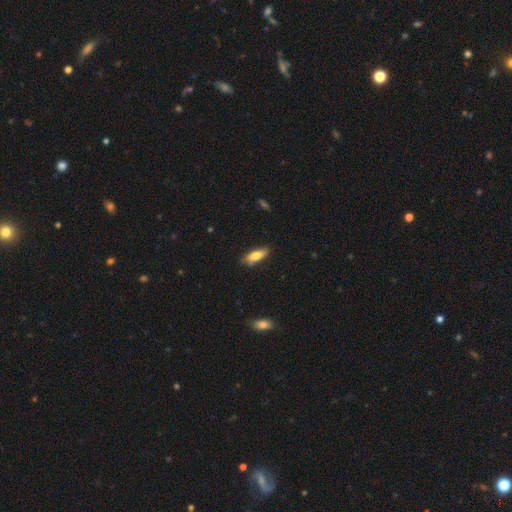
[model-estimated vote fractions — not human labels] A smooth galaxy with no disk features (73%) that is in between round and cigar-shaped (63%).

Vote fractions:
- Smooth or featured? smooth: 73% / featured or disk: 20% / star or artifact: 7%
- How rounded? in between: 63% / cigar-shaped: 35% / round: 2%
- Merging? none: 71% / minor disturbance: 23% / major disturbance: 4% / merger: 2%